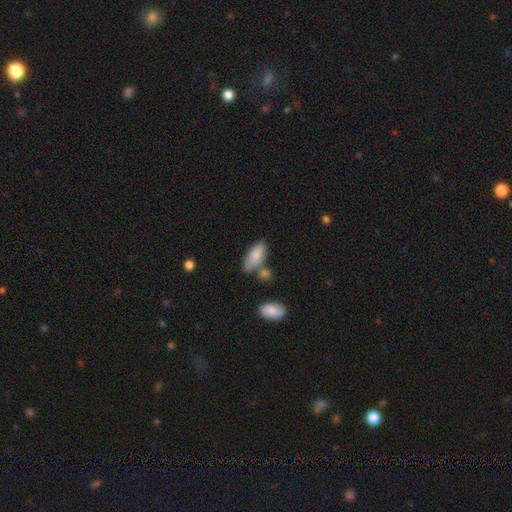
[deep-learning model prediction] Smooth or featured?
  - smooth: 84% *
  - featured or disk: 10%
  - star or artifact: 6%
How rounded?
  - in between: 85% *
  - cigar-shaped: 12%
  - round: 2%
Merging?
  - none: 56% *
  - minor disturbance: 21%
  - merger: 18%
  - major disturbance: 6%